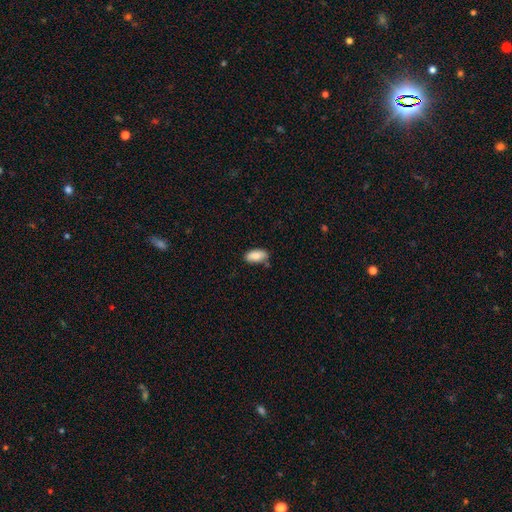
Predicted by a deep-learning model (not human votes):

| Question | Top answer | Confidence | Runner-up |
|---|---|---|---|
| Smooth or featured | smooth | 86% | featured or disk (7%) |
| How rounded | in between | 92% | cigar-shaped (5%) |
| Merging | none | 71% | minor disturbance (21%) |